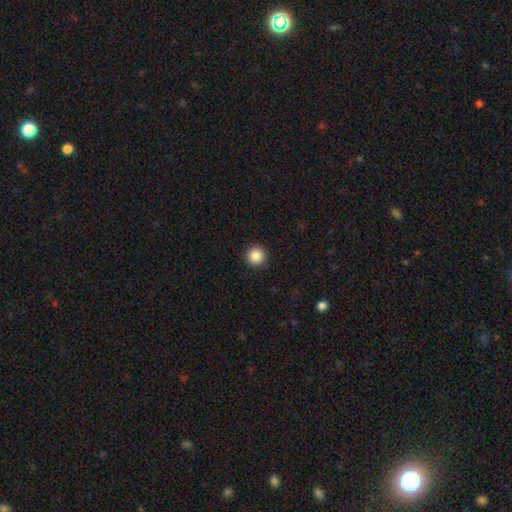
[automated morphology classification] smooth 88%, star or artifact 9%, featured or disk 3%. Down the decision tree: how rounded — round (96%); merging — none (92%).